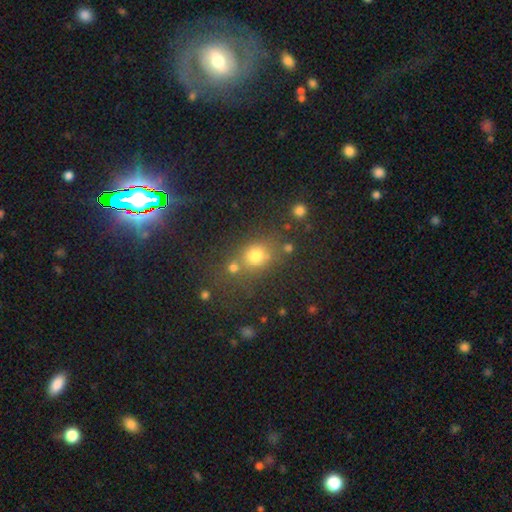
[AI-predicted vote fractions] Smooth or featured? smooth (71%)
How rounded? round (69%)
Merging? none (58%)